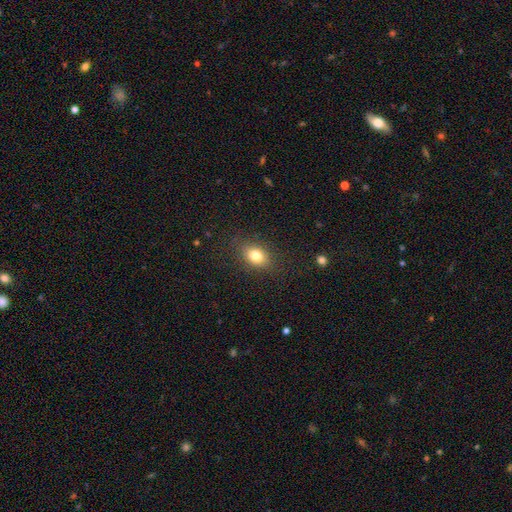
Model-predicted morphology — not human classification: This is clearly a smooth galaxy (81%). How rounded: likely in between (71%). Merging: clearly none (83%).